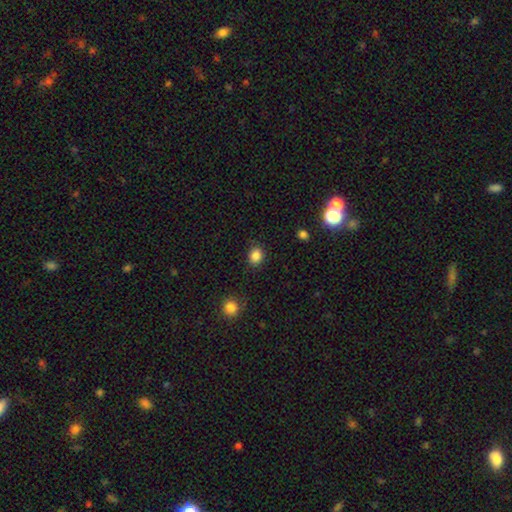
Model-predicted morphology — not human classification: A smooth galaxy with no disk features (85%) that is round (61%). Merging: none (85%).